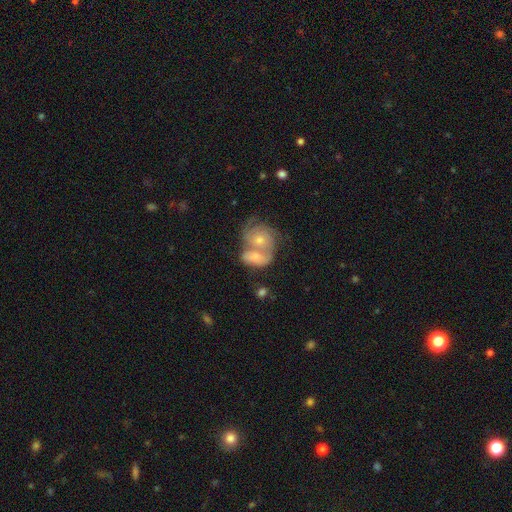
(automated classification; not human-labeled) Smooth or featured?
  - featured or disk: 56% *
  - smooth: 33%
  - star or artifact: 11%
Edge-on disk?
  - no: 95% *
  - yes: 5%
Bar?
  - no: 67% *
  - weak: 27%
  - strong: 6%
Spiral arms?
  - yes: 77% *
  - no: 23%
Bulge size?
  - moderate: 46% *
  - small: 45%
  - none: 4%
  - large: 4%
  - dominant: 2%
Merging?
  - merger: 62% *
  - none: 25%
  - minor disturbance: 8%
  - major disturbance: 5%